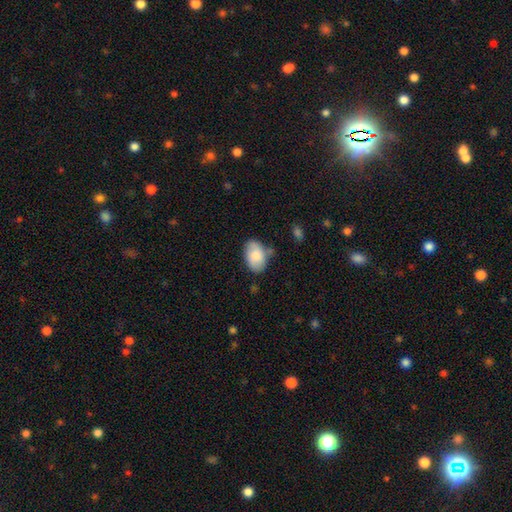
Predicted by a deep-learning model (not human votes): Morphology: type=smooth (77%); roundness=in between (89%); merging=none (63%).